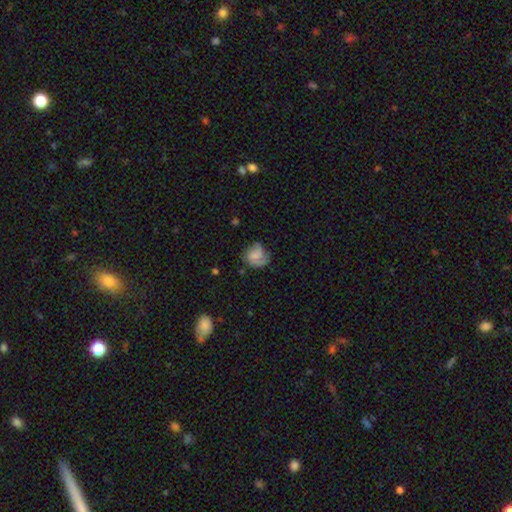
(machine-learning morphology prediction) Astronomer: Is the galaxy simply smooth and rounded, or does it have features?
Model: smooth — 49% (runner-up: featured or disk, 43%).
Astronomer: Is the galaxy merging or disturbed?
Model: none — 54%.